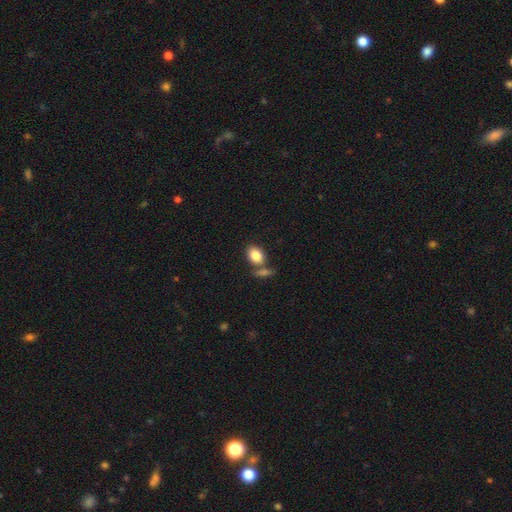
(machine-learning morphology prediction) Overall: smooth (84%). How rounded: in between (80%). Merging: none (58%; merger 26%).